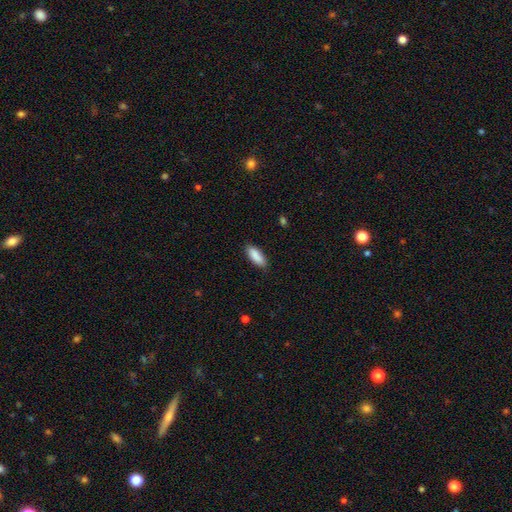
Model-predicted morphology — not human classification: Smooth or featured? Predicted: smooth (p=0.89). How rounded? Predicted: in between (p=0.70). Merging? Predicted: none (p=0.86).